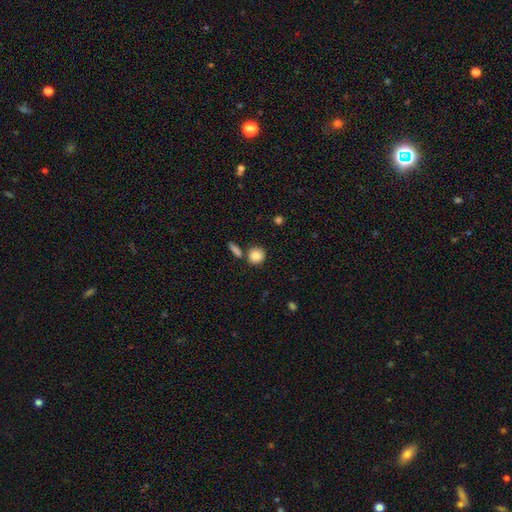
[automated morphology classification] Smooth or featured? smooth (86%)
How rounded? round (84%)
Merging? none (70%)